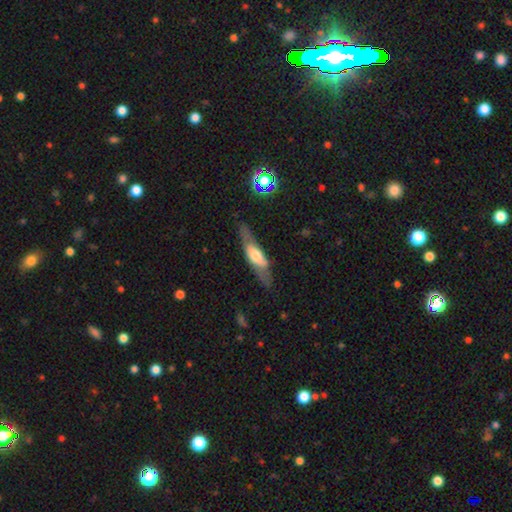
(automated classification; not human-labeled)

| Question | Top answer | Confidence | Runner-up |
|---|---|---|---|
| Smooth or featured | featured or disk | 54% | smooth (39%) |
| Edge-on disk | yes | 65% | no (35%) |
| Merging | none | 74% | minor disturbance (17%) |